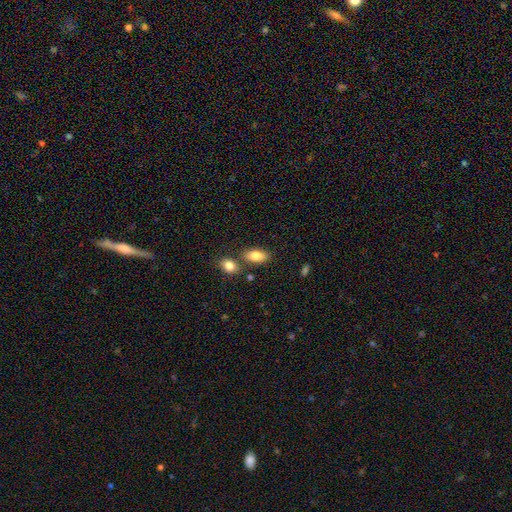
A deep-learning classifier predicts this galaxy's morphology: Smooth or featured? Predicted: smooth (p=0.84). How rounded? Predicted: in between (p=0.90). Merging? Predicted: none (p=0.69).